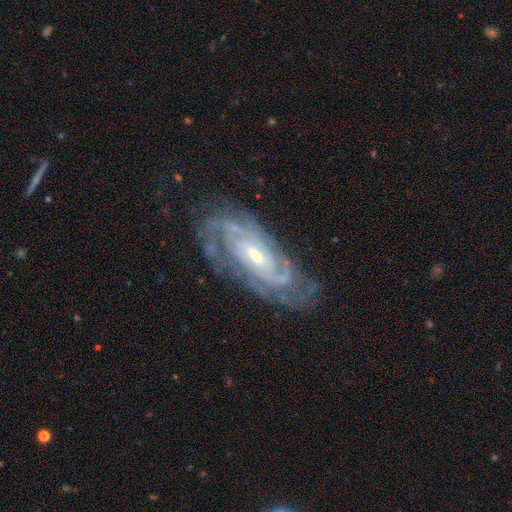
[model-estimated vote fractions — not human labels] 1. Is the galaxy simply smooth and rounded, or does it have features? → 90% featured or disk, 5% star or artifact, 5% smooth.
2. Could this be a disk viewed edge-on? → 93% no, 7% yes.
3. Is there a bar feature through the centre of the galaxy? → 42% no, 40% weak, 18% strong.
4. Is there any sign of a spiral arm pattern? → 98% yes, 2% no.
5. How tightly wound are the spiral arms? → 70% tight, 25% medium, 4% loose.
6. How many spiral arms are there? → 25% can't tell, 23% 3, 22% 2, 18% 4, 7% more than 4, 6% 1.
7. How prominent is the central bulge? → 54% small, 41% moderate, 2% large, 1% none, 1% dominant.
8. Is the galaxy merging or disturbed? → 76% none, 17% minor disturbance, 6% major disturbance, 1% merger.